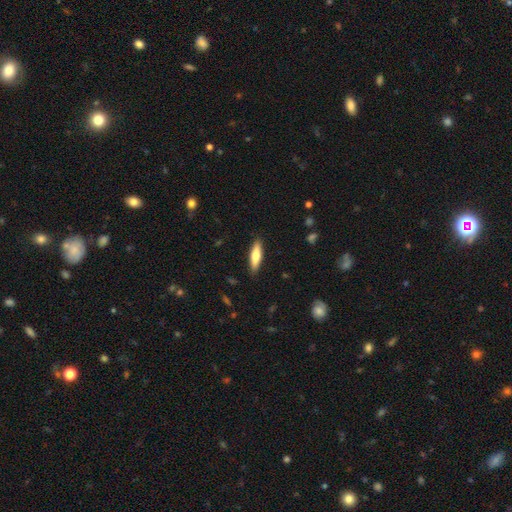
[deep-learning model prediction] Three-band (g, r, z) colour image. It shows a smooth galaxy with no disk features (69%) that is cigar-shaped (65%). Merging: none (89%).